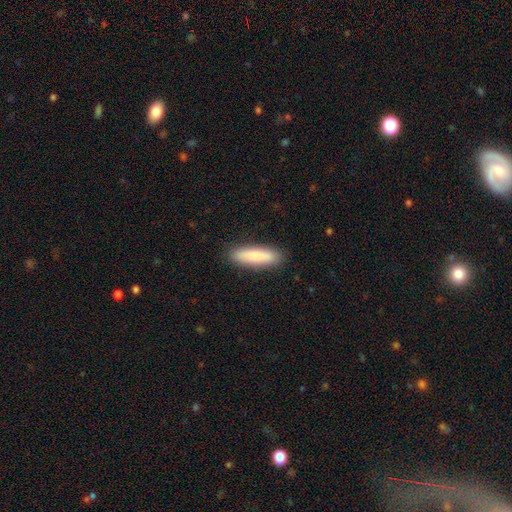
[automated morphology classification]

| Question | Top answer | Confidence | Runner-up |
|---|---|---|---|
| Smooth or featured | smooth | 87% | featured or disk (7%) |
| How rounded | cigar-shaped | 66% | in between (32%) |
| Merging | none | 90% | minor disturbance (8%) |